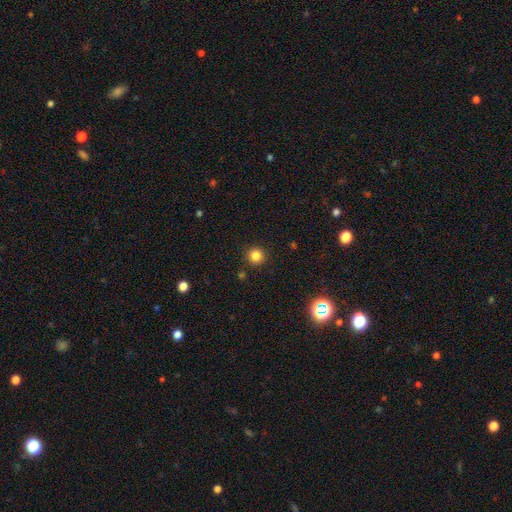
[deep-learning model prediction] This appears to be a smooth galaxy with no disk features (83%) that is round (95%). Merging: none (92%).